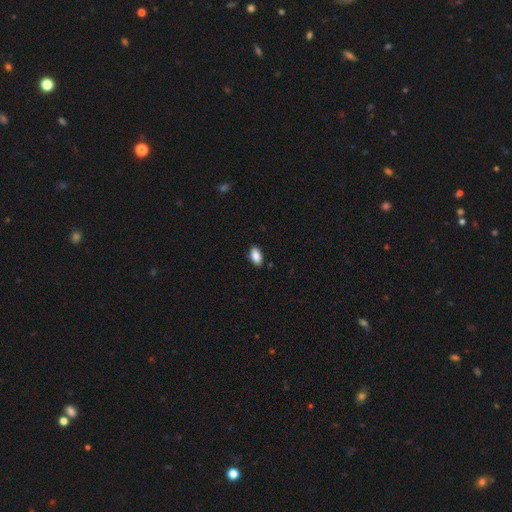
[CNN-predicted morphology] Smooth or featured?
  - smooth: 88% *
  - star or artifact: 8%
  - featured or disk: 5%
How rounded?
  - in between: 92% *
  - round: 5%
  - cigar-shaped: 3%
Merging?
  - none: 89% *
  - minor disturbance: 9%
  - major disturbance: 2%
  - merger: 1%